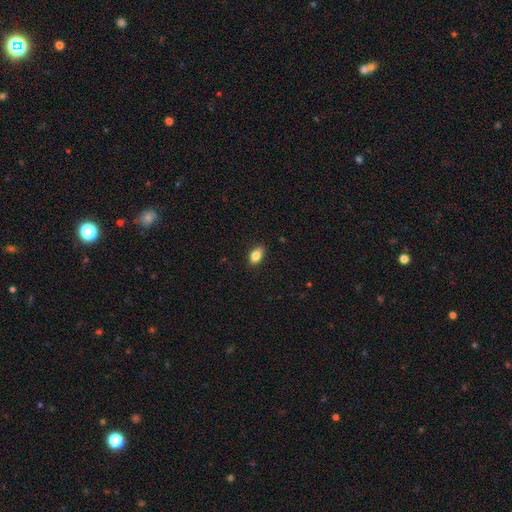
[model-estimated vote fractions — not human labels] This is clearly a smooth galaxy (83%). How rounded: clearly in between (86%). Merging: clearly none (83%).